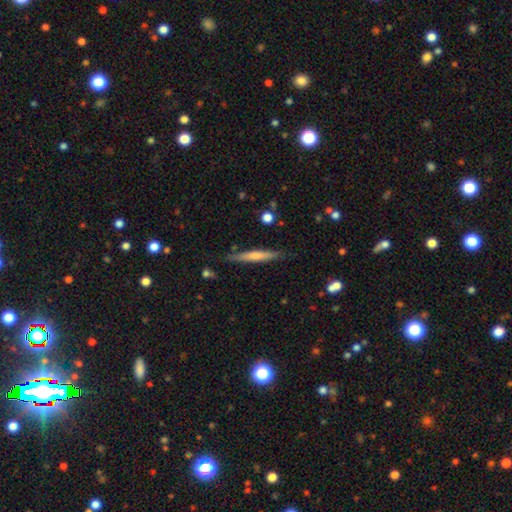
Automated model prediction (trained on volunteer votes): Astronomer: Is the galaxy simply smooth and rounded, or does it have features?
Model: smooth — 57% (runner-up: featured or disk, 38%).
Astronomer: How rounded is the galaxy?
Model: cigar-shaped — 94%.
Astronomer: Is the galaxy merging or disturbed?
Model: none — 81%.